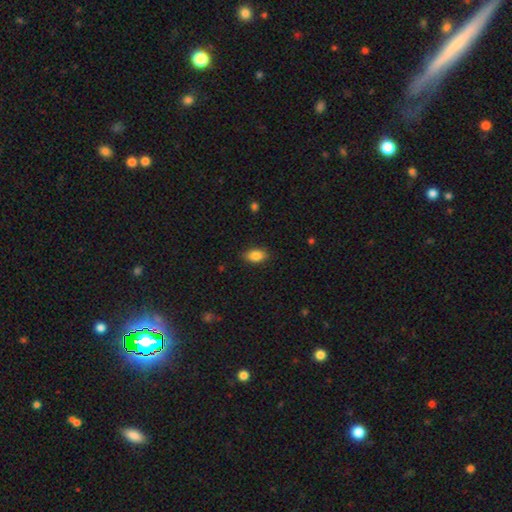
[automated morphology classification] This appears to be a smooth galaxy with no disk features (86%) that is in between round and cigar-shaped (88%). Merging: none (86%).